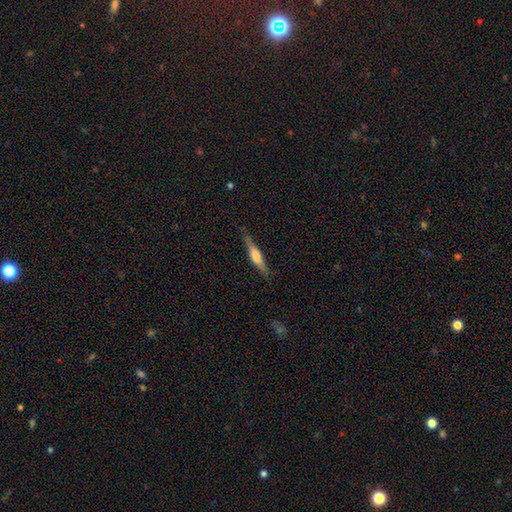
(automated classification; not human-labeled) Smooth or featured? Predicted: featured or disk (p=0.59). Edge-on disk? Predicted: yes (p=0.96). Edge-on bulge? Predicted: rounded (p=0.76). Merging? Predicted: none (p=0.83).